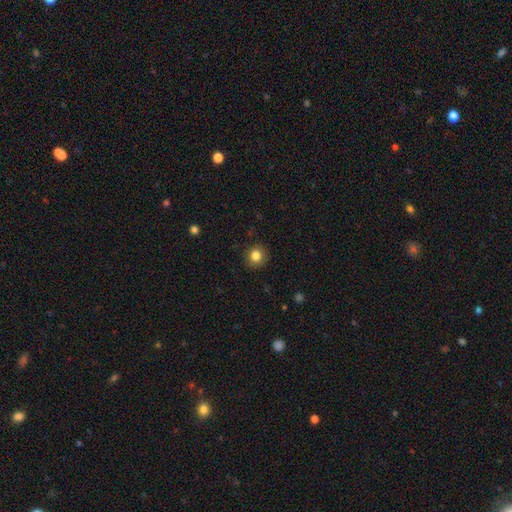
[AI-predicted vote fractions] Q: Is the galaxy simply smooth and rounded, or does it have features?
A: smooth — 83%.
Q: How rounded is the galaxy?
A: round — 88%.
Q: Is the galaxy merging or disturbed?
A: none — 90%.